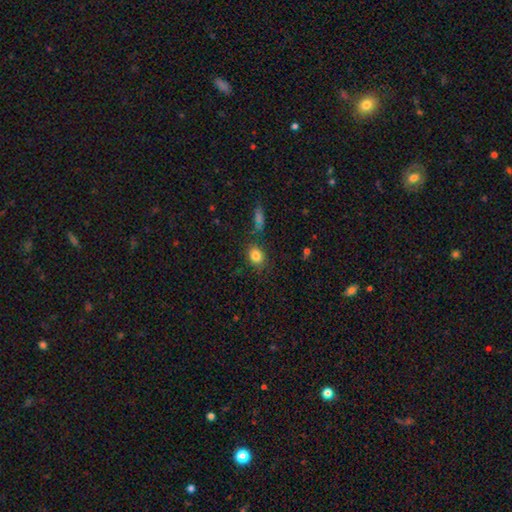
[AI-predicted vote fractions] Morphology: type=smooth (83%); roundness=in between (51%); merging=none (82%).